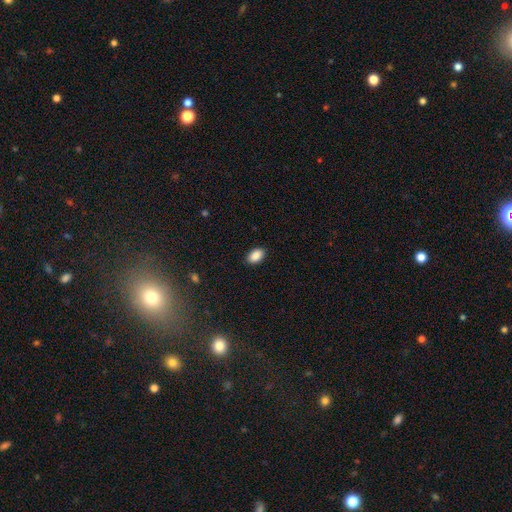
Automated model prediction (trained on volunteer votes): Morphology: type=smooth (89%); roundness=in between (92%); merging=none (89%).